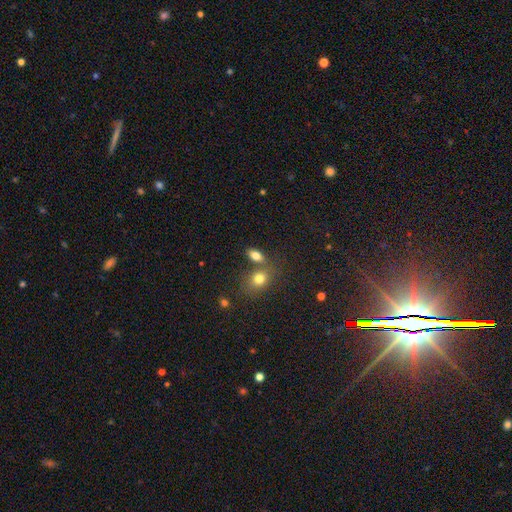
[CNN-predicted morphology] This is likely a smooth galaxy (80%). How rounded: clearly in between (83%). Merging: possibly none (59%).